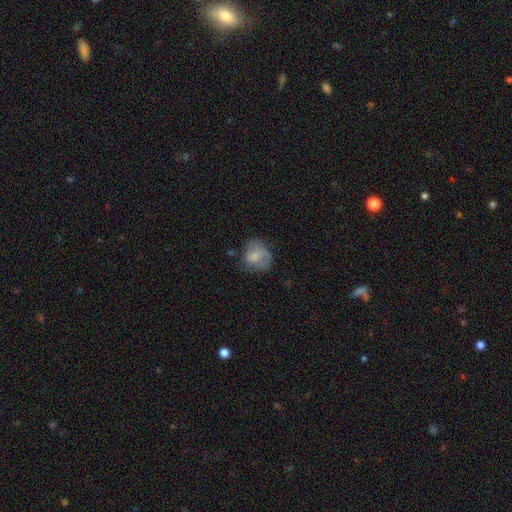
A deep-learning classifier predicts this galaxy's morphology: A smooth galaxy with no disk features (64%) that is round (61%).

Vote fractions:
- Smooth or featured? smooth: 64% / featured or disk: 27% / star or artifact: 9%
- How rounded? round: 61% / in between: 38% / cigar-shaped: 1%
- Merging? none: 48% / minor disturbance: 29% / major disturbance: 21% / merger: 3%